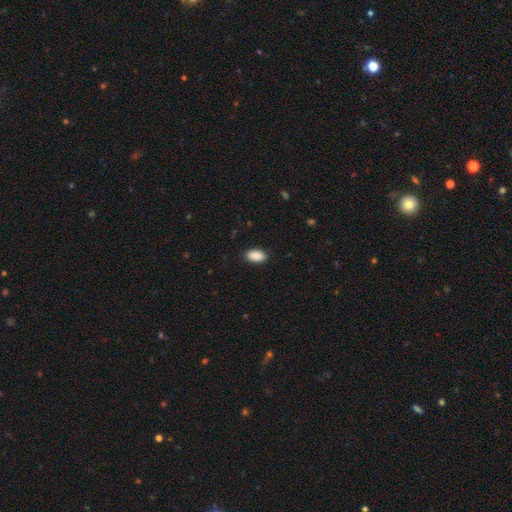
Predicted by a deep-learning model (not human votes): This appears to be a smooth galaxy with no disk features (91%) that is in between round and cigar-shaped (94%). Merging: none (88%).